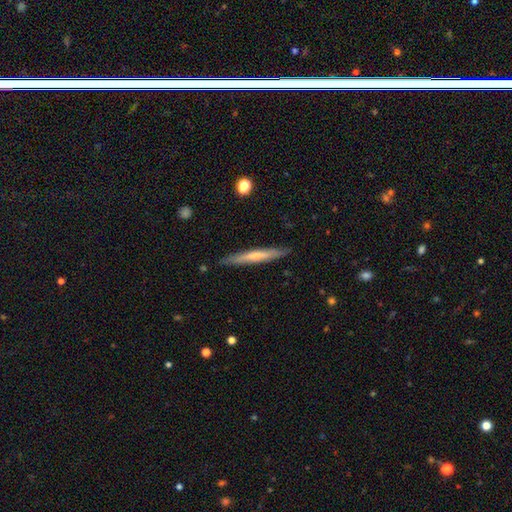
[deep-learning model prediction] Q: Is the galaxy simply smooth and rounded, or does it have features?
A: featured or disk — 49%.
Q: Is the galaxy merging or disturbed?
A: none — 88%.